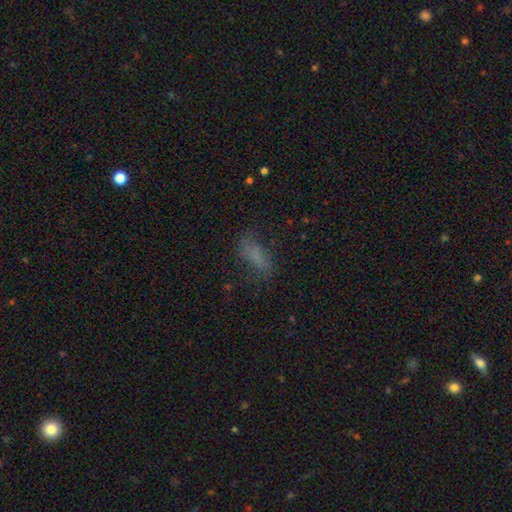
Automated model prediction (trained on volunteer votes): Smooth or featured? Predicted: smooth (p=0.67). How rounded? Predicted: in between (p=0.63). Merging? Predicted: none (p=0.62).